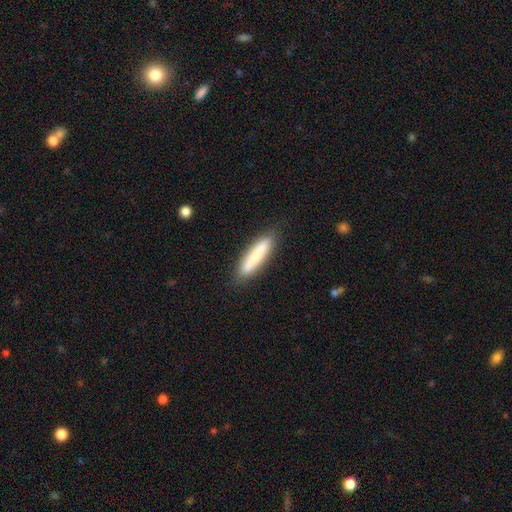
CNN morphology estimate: smooth_or_featured: smooth (p=0.78) [alt: featured or disk p=0.16]
how_rounded: cigar-shaped (p=0.86) [alt: in between p=0.12]
merging: none (p=0.87) [alt: minor disturbance p=0.10]